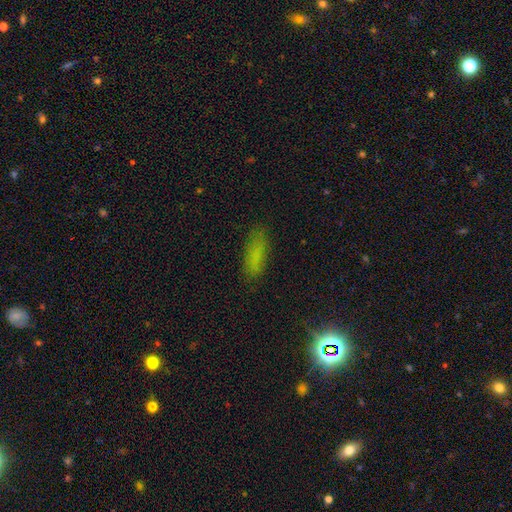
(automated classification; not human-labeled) smooth 72%, star or artifact 18%, featured or disk 11%. Down the decision tree: how rounded — in between (51%); merging — none (79%).